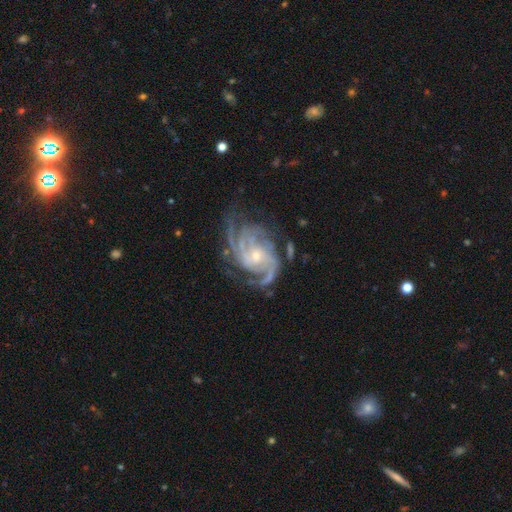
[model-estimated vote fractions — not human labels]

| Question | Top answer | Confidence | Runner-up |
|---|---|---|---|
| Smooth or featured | featured or disk | 92% | star or artifact (5%) |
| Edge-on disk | no | 98% | yes (2%) |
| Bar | no | 61% | weak (30%) |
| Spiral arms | yes | 98% | no (2%) |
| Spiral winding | tight | 53% | medium (39%) |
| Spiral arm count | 3 | 33% | 4 (22%) |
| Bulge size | small | 64% | moderate (32%) |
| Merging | none | 66% | minor disturbance (20%) |